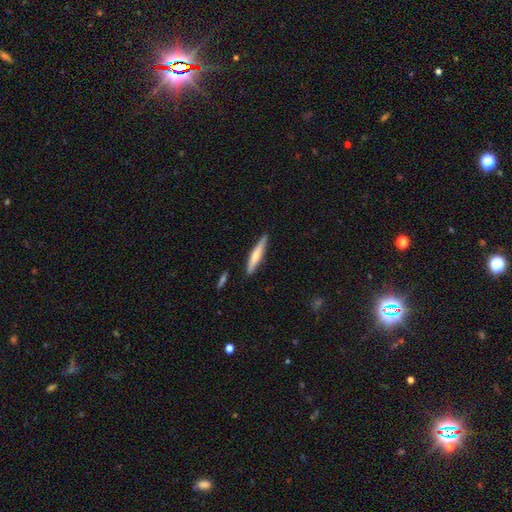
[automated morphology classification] type=smooth (60%); roundness=cigar-shaped (91%); merging=none (86%).